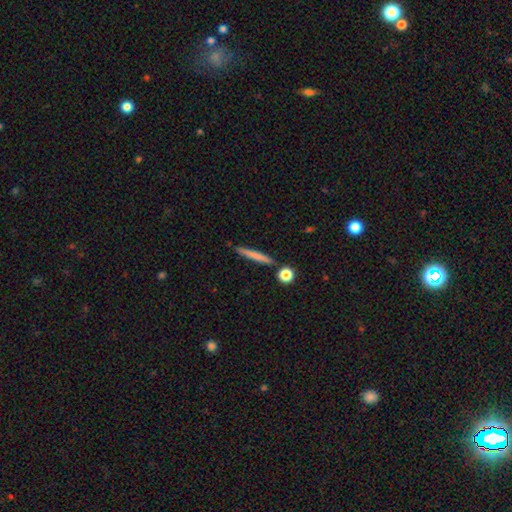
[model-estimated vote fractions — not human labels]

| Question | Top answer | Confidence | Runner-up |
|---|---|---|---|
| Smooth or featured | smooth | 69% | featured or disk (25%) |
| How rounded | cigar-shaped | 94% | in between (4%) |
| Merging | none | 85% | minor disturbance (8%) |